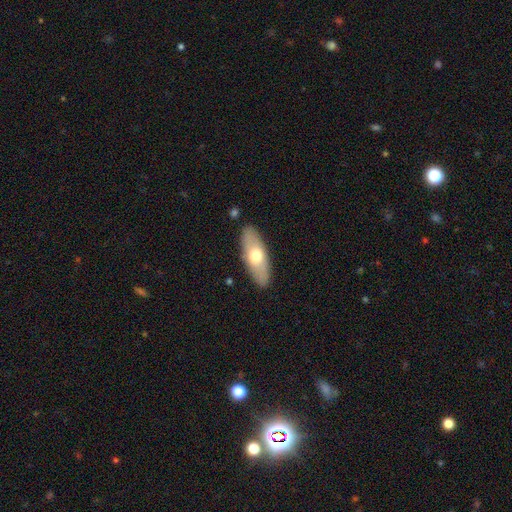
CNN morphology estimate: Overall: smooth (62%; featured or disk 33%). How rounded: in between (72%). Merging: none (88%).